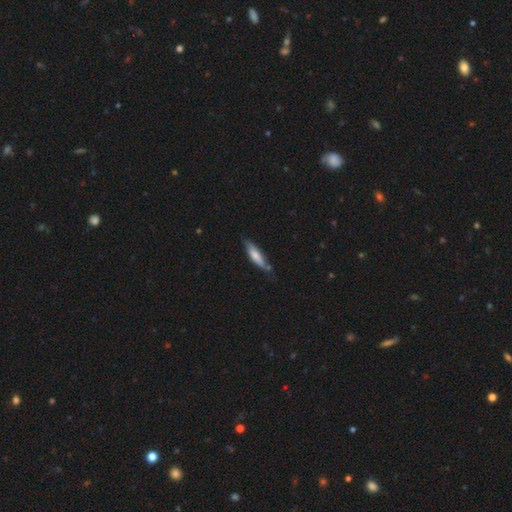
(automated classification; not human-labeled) The model was most divided on "smooth or featured": smooth: 68%, featured or disk: 26%, star or artifact: 6%. More confident: how rounded — cigar-shaped (73%); merging — none (69%).